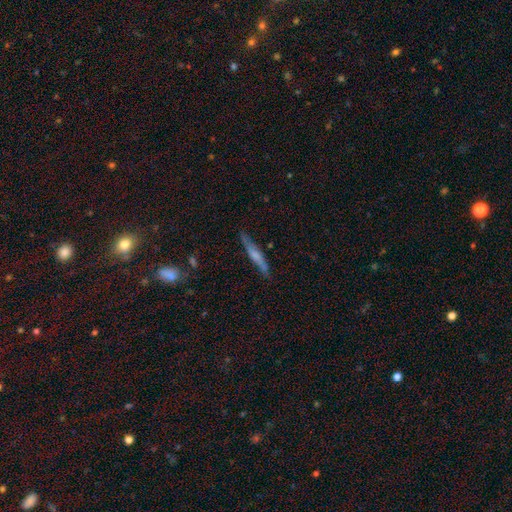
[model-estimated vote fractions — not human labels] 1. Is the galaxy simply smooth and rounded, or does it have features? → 48% smooth, 46% featured or disk, 6% star or artifact.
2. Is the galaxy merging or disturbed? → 81% none, 14% minor disturbance, 3% major disturbance, 2% merger.